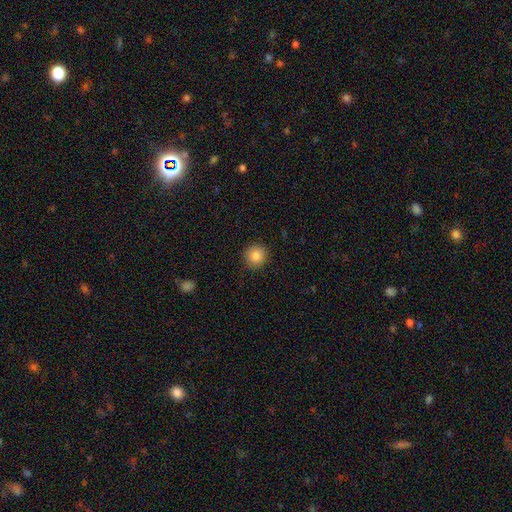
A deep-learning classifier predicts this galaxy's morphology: Smooth or featured? Predicted: smooth (p=0.85). How rounded? Predicted: round (p=0.93). Merging? Predicted: none (p=0.90).